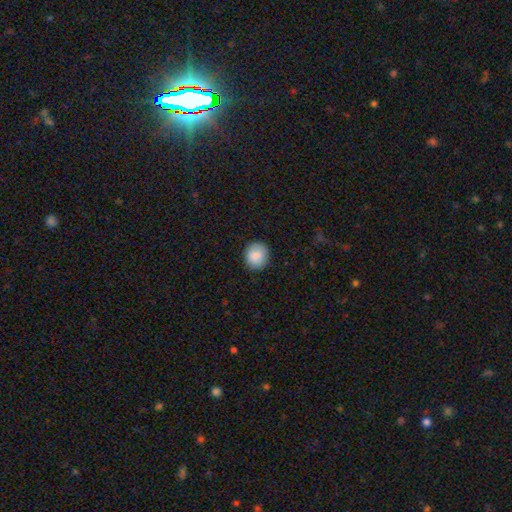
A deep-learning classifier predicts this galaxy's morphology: The model was most divided on "how rounded": round: 82%, in between: 17%, cigar-shaped: 1%. More confident: merging — none (89%); smooth or featured — smooth (88%).